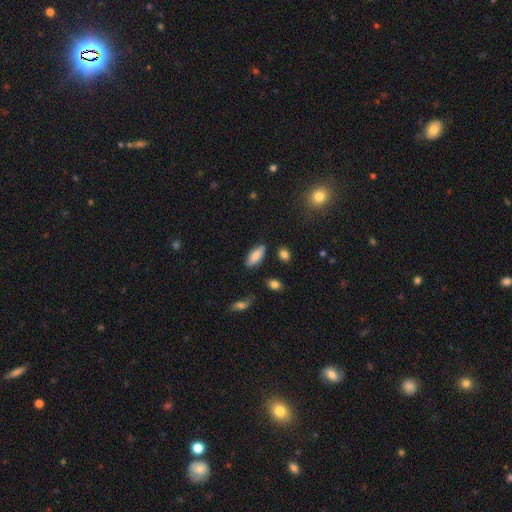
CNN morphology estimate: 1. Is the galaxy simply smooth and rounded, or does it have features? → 83% smooth, 10% featured or disk, 7% star or artifact.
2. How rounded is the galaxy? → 78% in between, 20% cigar-shaped, 2% round.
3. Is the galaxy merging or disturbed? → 80% none, 14% minor disturbance, 3% major disturbance, 3% merger.